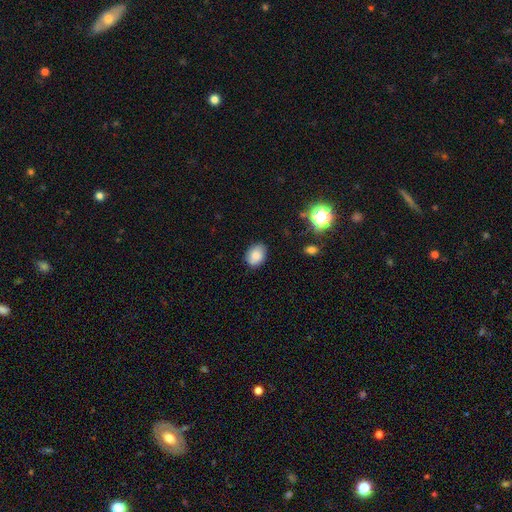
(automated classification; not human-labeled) A smooth galaxy with no disk features (83%) that is in between round and cigar-shaped (67%).

Vote fractions:
- Smooth or featured? smooth: 83% / star or artifact: 9% / featured or disk: 8%
- How rounded? in between: 67% / round: 32% / cigar-shaped: 1%
- Merging? none: 83% / minor disturbance: 14% / major disturbance: 2% / merger: 1%